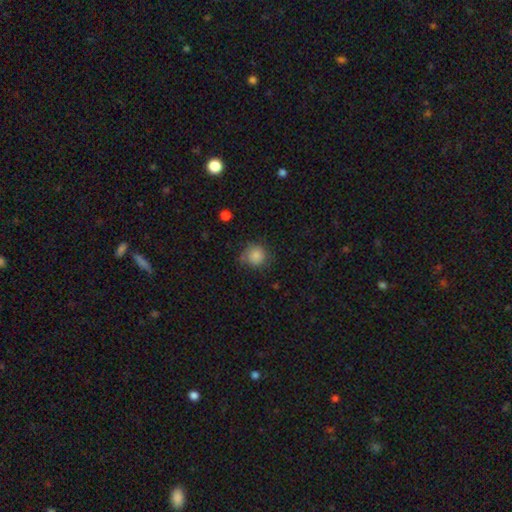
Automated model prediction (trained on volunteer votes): This appears to be a smooth galaxy with no disk features (84%) that is round (90%). Merging: none (72%).